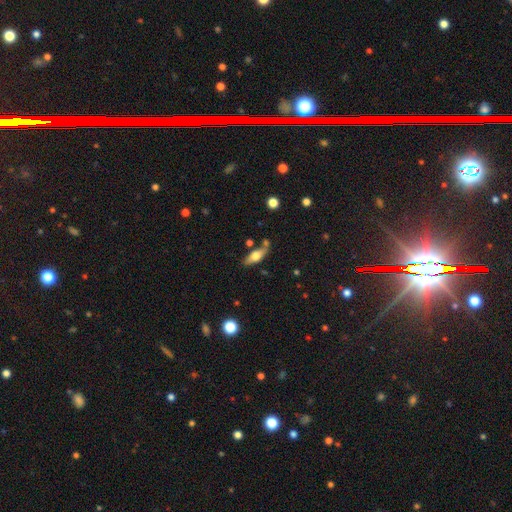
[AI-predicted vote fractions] smooth-or-featured: smooth: 55% | featured or disk: 38% | star or artifact: 7%
  how-rounded: in between: 61% | cigar-shaped: 36% | round: 3%
  merging: none: 66% | minor disturbance: 19% | merger: 10% | major disturbance: 5%